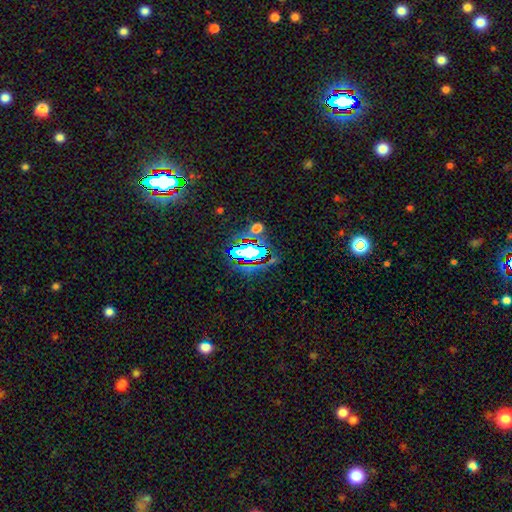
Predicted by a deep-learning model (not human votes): Smooth or featured? star or artifact (55%)